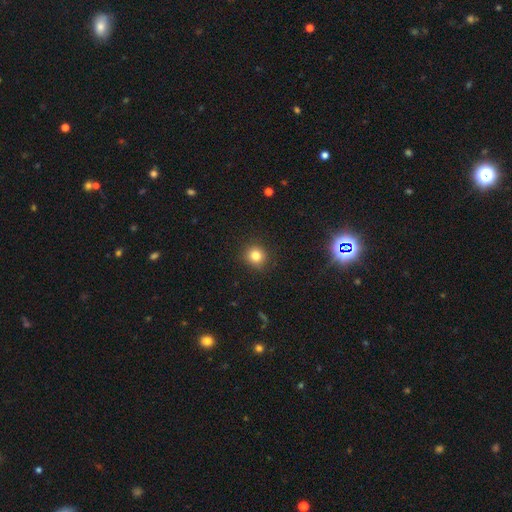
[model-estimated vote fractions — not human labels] A smooth galaxy with no disk features (82%) that is round (90%). Merging: none (91%).